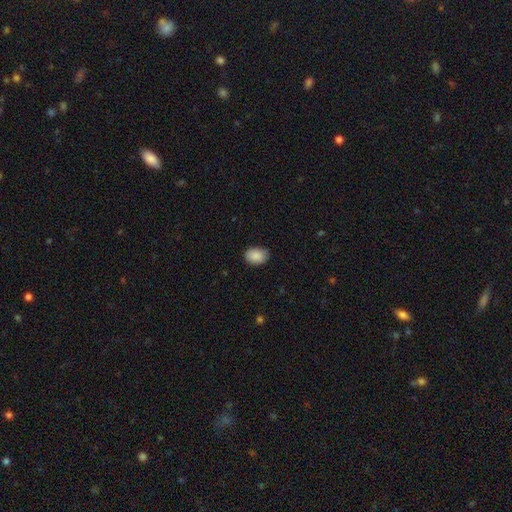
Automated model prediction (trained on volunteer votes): This appears to be a smooth galaxy with no disk features (89%) that is in between round and cigar-shaped (79%). Merging: none (80%).